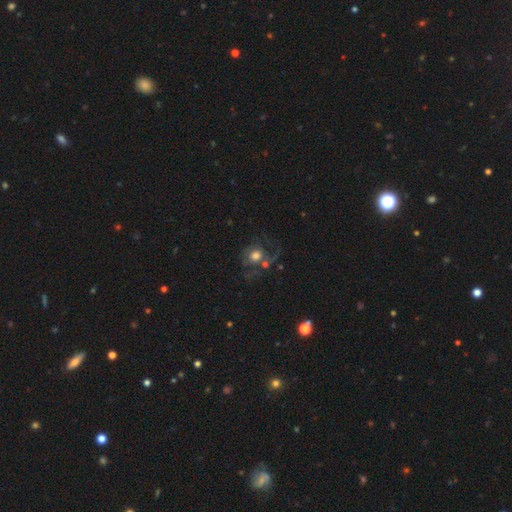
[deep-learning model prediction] Smooth or featured: featured or disk — 50% (smooth — 39%)
Merging: none — 35% (major disturbance — 34%)